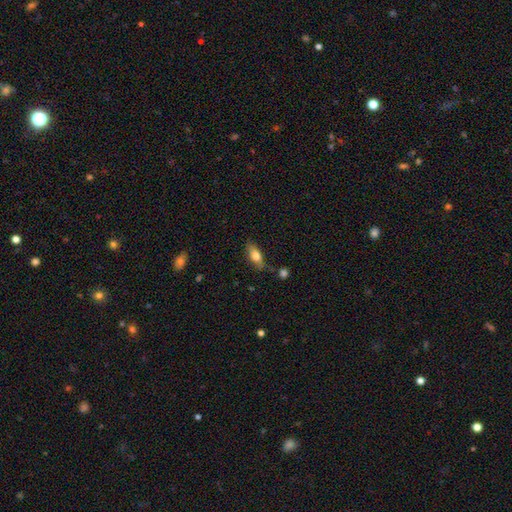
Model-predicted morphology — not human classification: smooth 70%, featured or disk 23%, star or artifact 7%. Down the decision tree: how rounded — in between (73%); merging — none (74%).